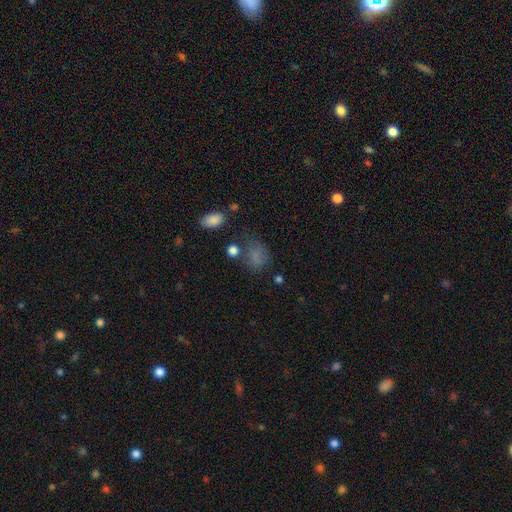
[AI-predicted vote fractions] smooth_or_featured: smooth (p=0.72) [alt: star or artifact p=0.17]
how_rounded: in between (p=0.60) [alt: round p=0.39]
merging: none (p=0.49) [alt: minor disturbance p=0.25]